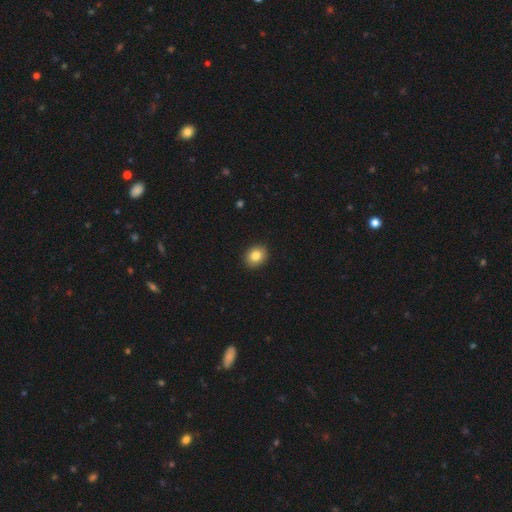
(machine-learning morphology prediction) smooth-or-featured: smooth: 83% | star or artifact: 9% | featured or disk: 8%
  how-rounded: round: 54% | in between: 45% | cigar-shaped: 1%
  merging: none: 91% | minor disturbance: 6% | major disturbance: 2% | merger: 1%